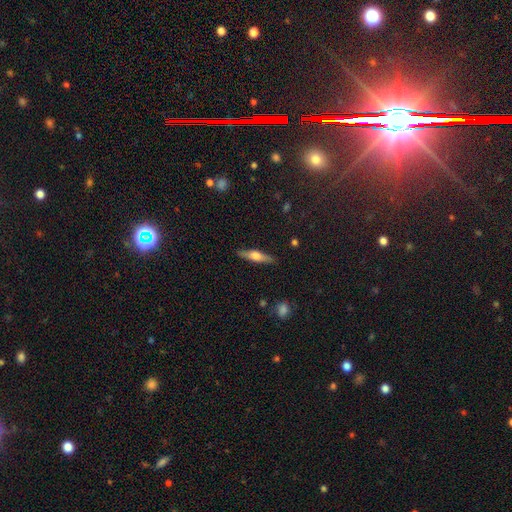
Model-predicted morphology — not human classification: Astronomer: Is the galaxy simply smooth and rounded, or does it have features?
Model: featured or disk — 55% (runner-up: smooth, 39%).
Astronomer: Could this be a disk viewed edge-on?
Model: yes — 95%.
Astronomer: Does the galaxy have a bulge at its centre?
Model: rounded — 89%.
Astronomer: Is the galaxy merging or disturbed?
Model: none — 89%.